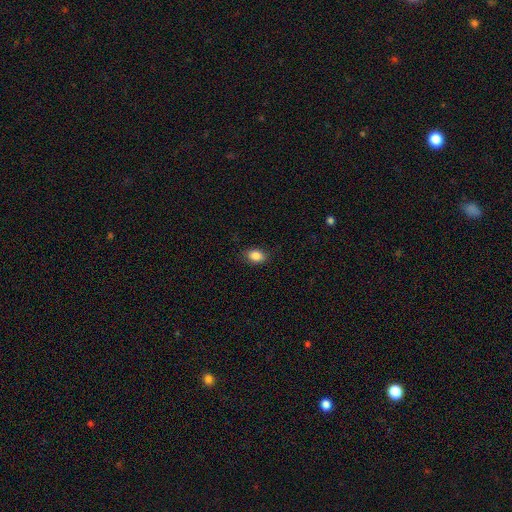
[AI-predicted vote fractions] Q: Smooth or featured?
A: smooth (87%); runner-up: star or artifact (8%)
Q: How rounded?
A: in between (81%); runner-up: round (17%)
Q: Merging?
A: none (84%); runner-up: minor disturbance (12%)